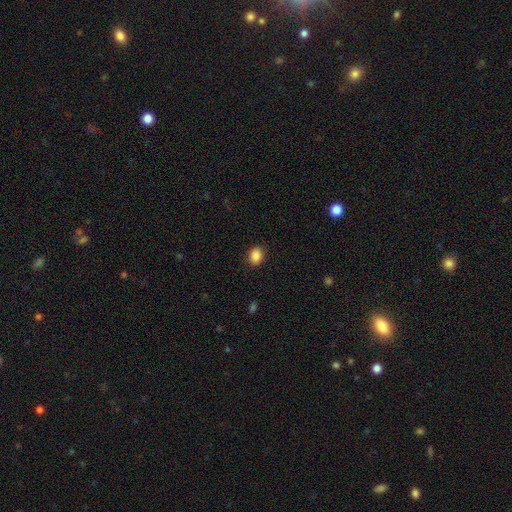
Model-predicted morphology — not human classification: A smooth galaxy with no disk features (88%) that is round (52%).

Vote fractions:
- Smooth or featured? smooth: 88% / star or artifact: 9% / featured or disk: 3%
- How rounded? round: 52% / in between: 47% / cigar-shaped: 1%
- Merging? none: 89% / minor disturbance: 8% / major disturbance: 2% / merger: 1%